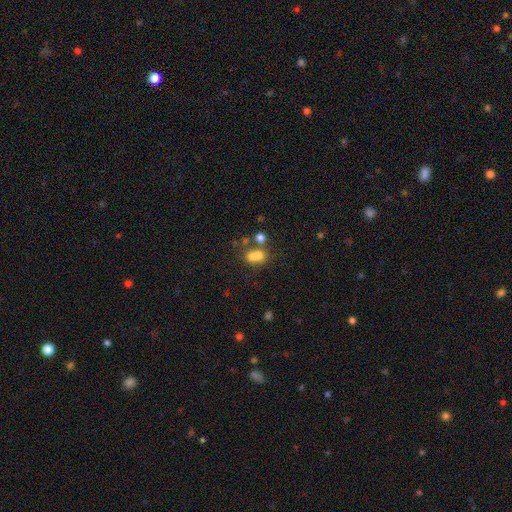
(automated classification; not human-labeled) This appears to be a smooth galaxy with no disk features (63%) that is round (73%). Merging: merger (55%).